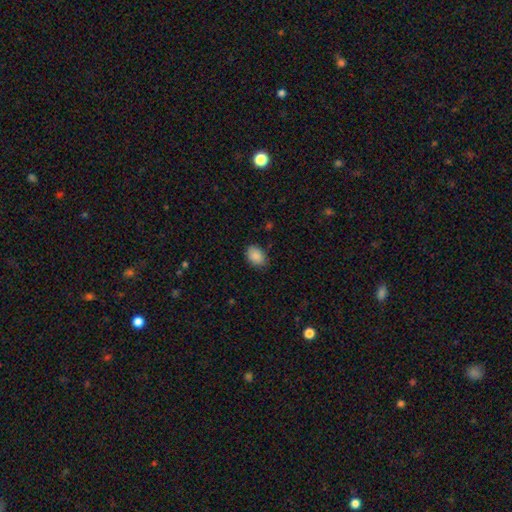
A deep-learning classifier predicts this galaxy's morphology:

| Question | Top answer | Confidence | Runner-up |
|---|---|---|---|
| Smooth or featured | smooth | 89% | star or artifact (8%) |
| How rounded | in between | 77% | round (22%) |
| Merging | none | 82% | minor disturbance (14%) |